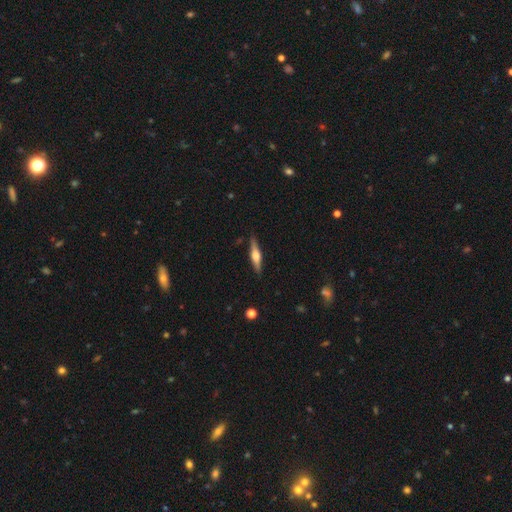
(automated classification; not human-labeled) Smooth or featured?
  - featured or disk: 64% *
  - smooth: 30%
  - star or artifact: 6%
Edge-on disk?
  - yes: 97% *
  - no: 3%
Edge-on bulge?
  - rounded: 90% *
  - boxy: 8%
  - none: 3%
Merging?
  - none: 89% *
  - minor disturbance: 8%
  - major disturbance: 2%
  - merger: 1%